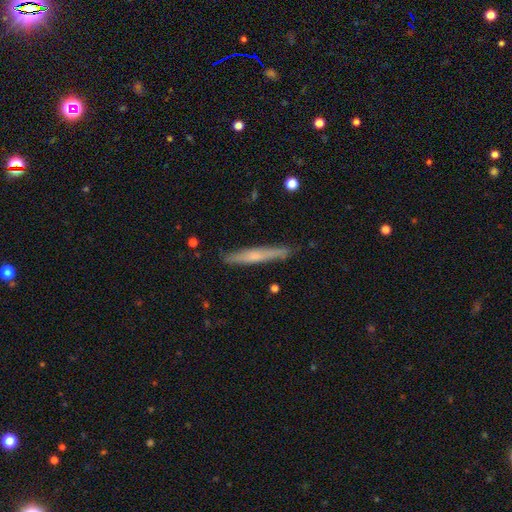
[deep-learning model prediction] This appears to be a smooth galaxy with no disk features (48%). Merging: none (86%).